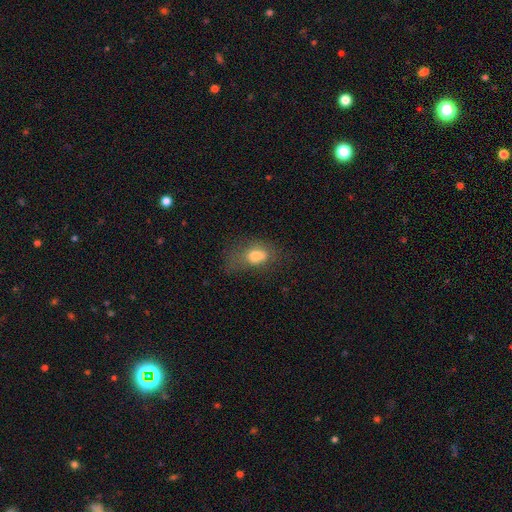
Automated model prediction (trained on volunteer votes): Smooth or featured? Predicted: smooth (p=0.74). How rounded? Predicted: in between (p=0.80). Merging? Predicted: none (p=0.38).